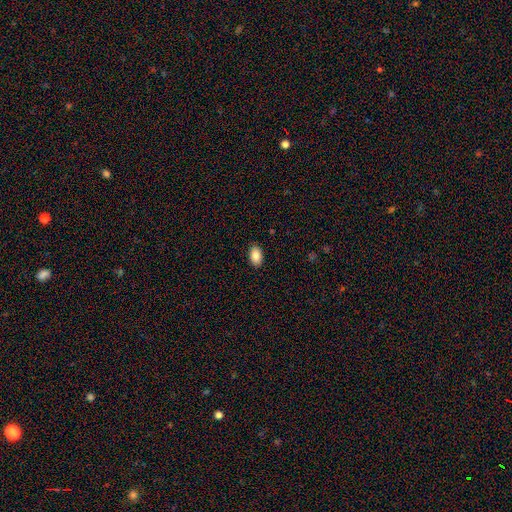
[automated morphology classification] Smooth or featured? Predicted: smooth (p=0.87). How rounded? Predicted: in between (p=0.92). Merging? Predicted: none (p=0.88).